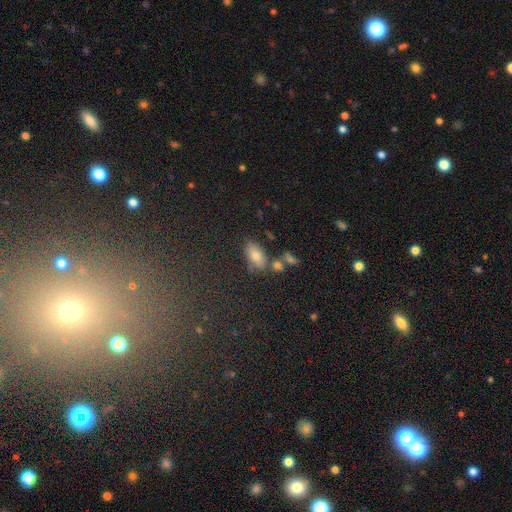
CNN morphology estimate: A smooth galaxy with no disk features (73%) that is in between round and cigar-shaped (90%).

Vote fractions:
- Smooth or featured? smooth: 73% / featured or disk: 14% / star or artifact: 14%
- How rounded? in between: 90% / round: 5% / cigar-shaped: 5%
- Merging? none: 73% / minor disturbance: 12% / merger: 12% / major disturbance: 4%